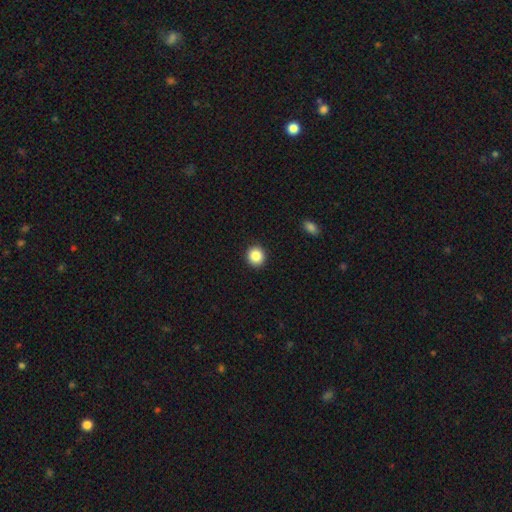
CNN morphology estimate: Smooth or featured? smooth (87%)
How rounded? round (91%)
Merging? none (93%)